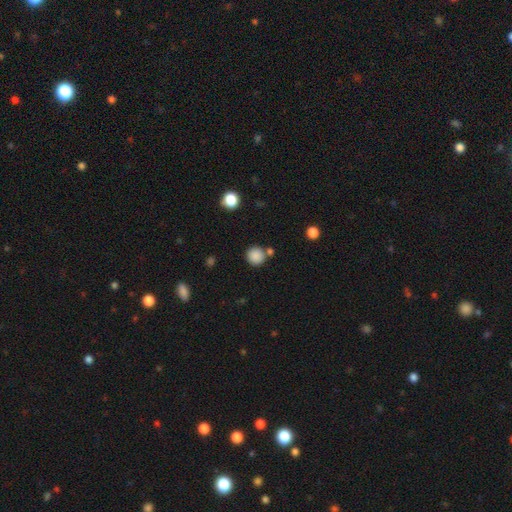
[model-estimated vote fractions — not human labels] This is clearly a smooth galaxy (86%). How rounded: clearly round (92%). Merging: likely none (76%).